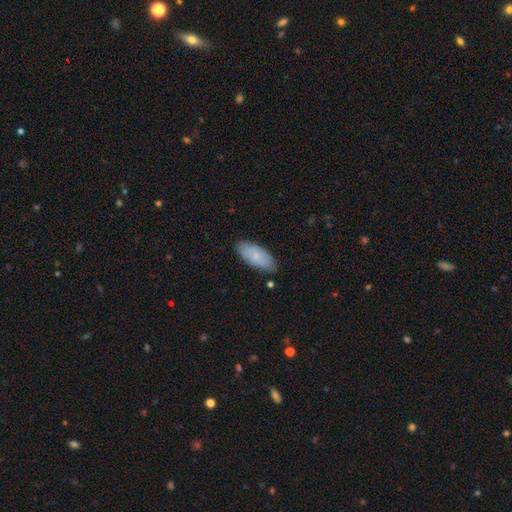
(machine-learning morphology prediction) type=smooth (70%); roundness=in between (88%); merging=none (79%).